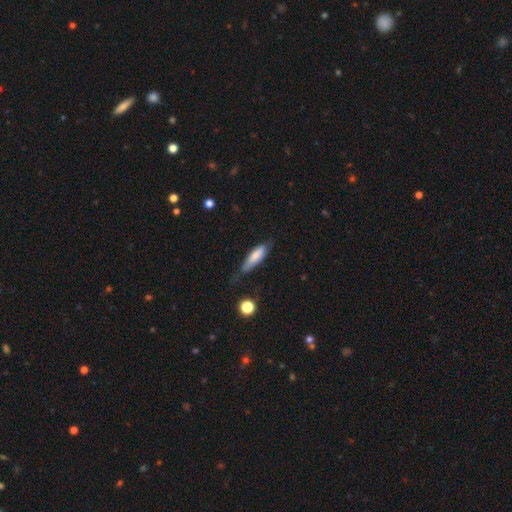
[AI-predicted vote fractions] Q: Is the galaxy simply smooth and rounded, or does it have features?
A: smooth — 73%.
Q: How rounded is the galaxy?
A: cigar-shaped — 62%.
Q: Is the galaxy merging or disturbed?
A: none — 56%.